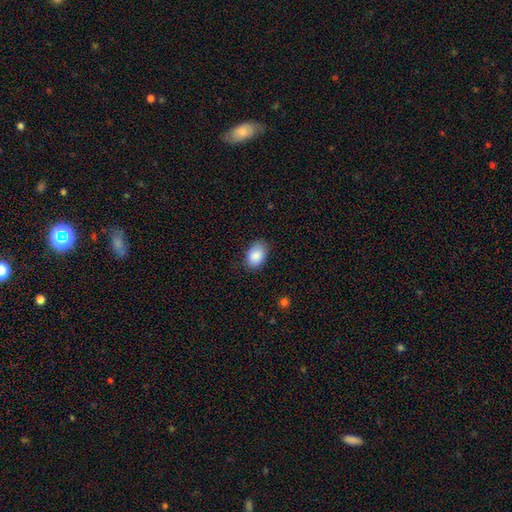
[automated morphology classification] Smooth or featured? Predicted: smooth (p=0.89). How rounded? Predicted: in between (p=0.88). Merging? Predicted: none (p=0.82).